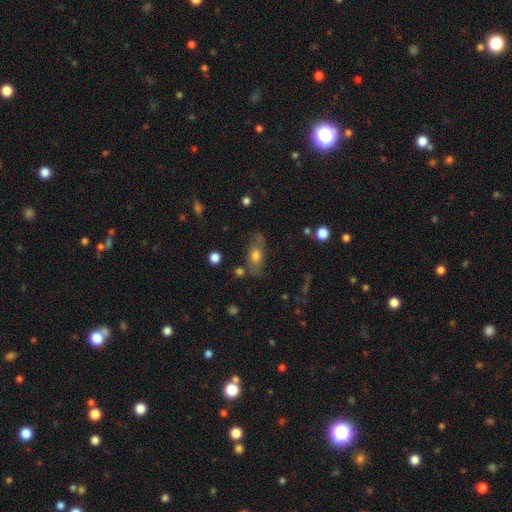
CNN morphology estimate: smooth 60%, featured or disk 30%, star or artifact 10%. Down the decision tree: how rounded — in between (75%); merging — none (66%).